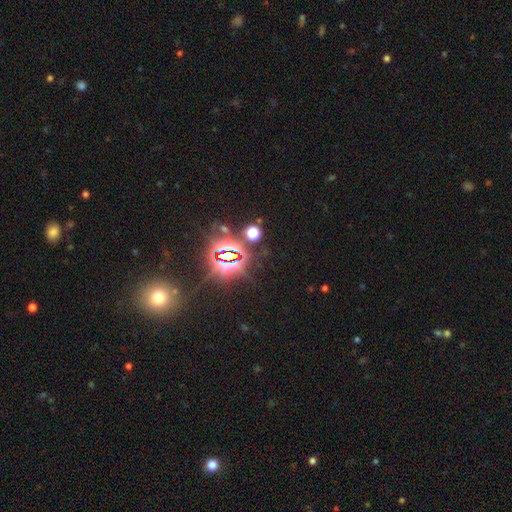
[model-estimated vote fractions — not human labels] This is clearly a star or artifact rather than a galaxy (82%).